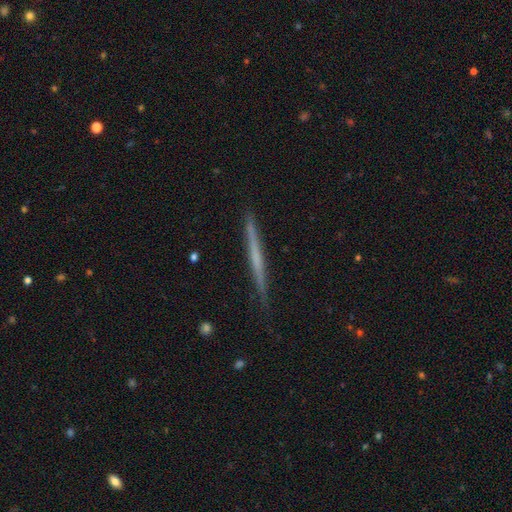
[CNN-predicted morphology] smooth_or_featured: featured or disk (p=0.54) [alt: smooth p=0.41]
disk_edge_on: yes (p=0.98) [alt: no p=0.02]
edge_on_bulge: none (p=0.86) [alt: rounded p=0.10]
merging: none (p=0.88) [alt: minor disturbance p=0.09]